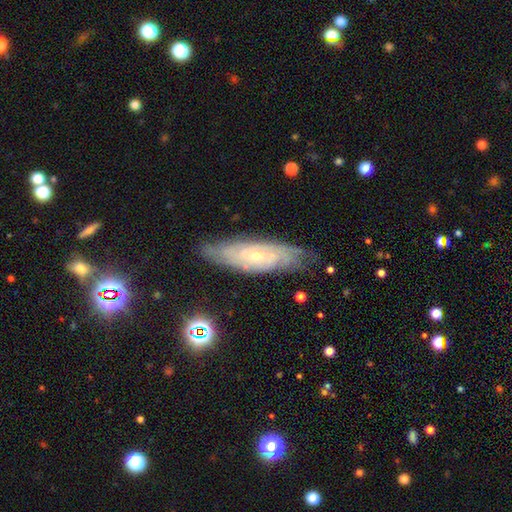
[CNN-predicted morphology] This appears to be a featured or disk galaxy (80%) with no bar (73%), tight (74%) spiral arms (91%) and a small central bulge (69%). Merging: none (75%).